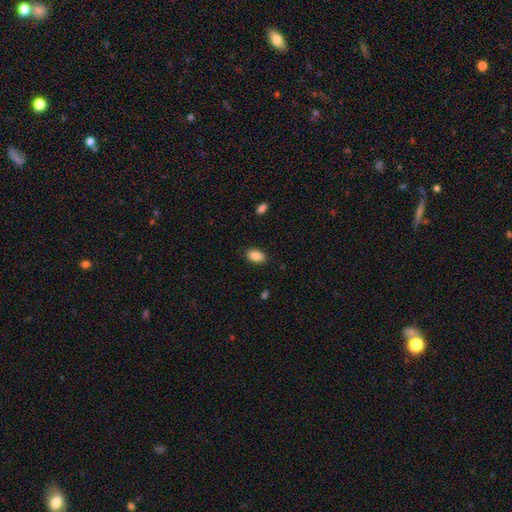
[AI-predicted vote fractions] A smooth galaxy with no disk features (87%) that is in between round and cigar-shaped (89%). Merging: none (87%).